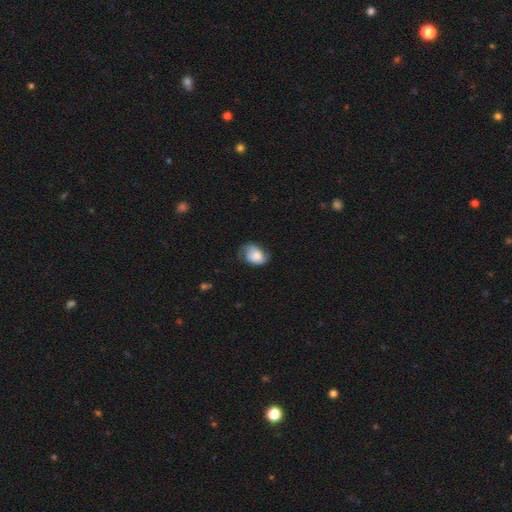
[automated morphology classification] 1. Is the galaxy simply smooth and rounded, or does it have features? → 63% smooth, 29% featured or disk, 8% star or artifact.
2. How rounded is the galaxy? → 73% in between, 26% round, 1% cigar-shaped.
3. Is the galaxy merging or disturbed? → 49% none, 35% minor disturbance, 15% major disturbance, 1% merger.